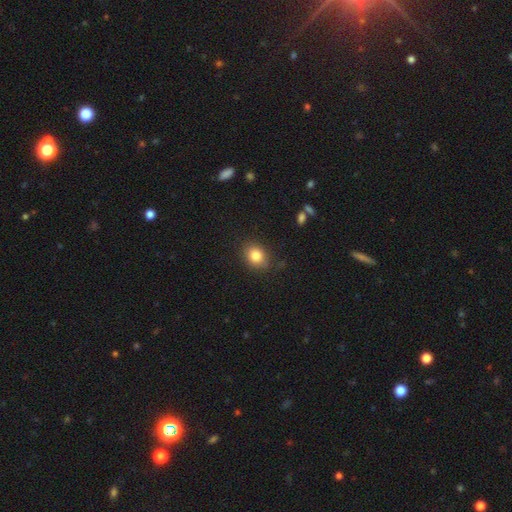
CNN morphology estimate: Smooth or featured? smooth (83%)
How rounded? round (51%)
Merging? none (81%)